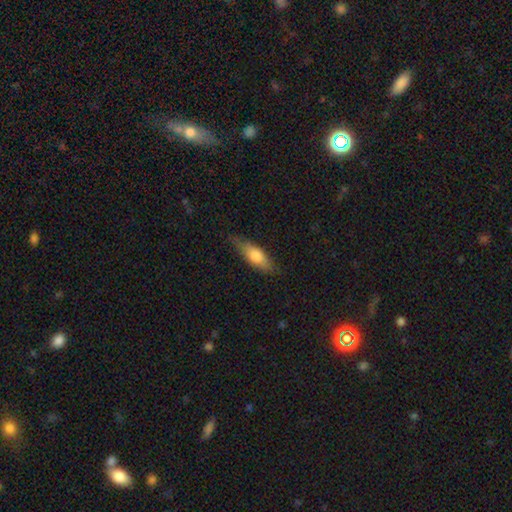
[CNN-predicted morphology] This appears to be a smooth galaxy with no disk features (71%) that is in between round and cigar-shaped (56%). Merging: none (74%).